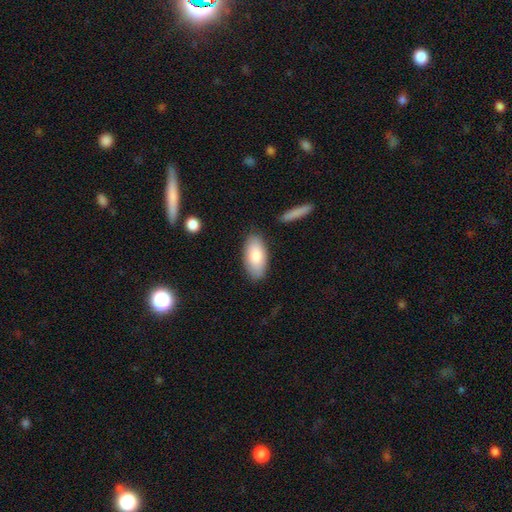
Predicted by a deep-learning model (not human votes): Q: Smooth or featured?
A: smooth (82%); runner-up: featured or disk (12%)
Q: How rounded?
A: in between (93%); runner-up: cigar-shaped (5%)
Q: Merging?
A: none (84%); runner-up: minor disturbance (11%)